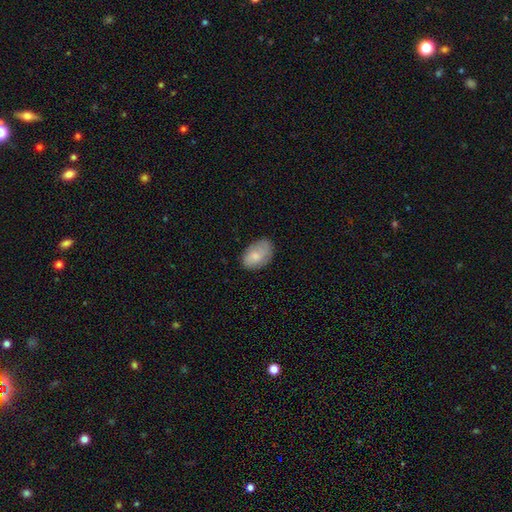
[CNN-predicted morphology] smooth_or_featured: smooth (p=0.74) [alt: featured or disk p=0.19]
how_rounded: in between (p=0.89) [alt: round p=0.10]
merging: none (p=0.75) [alt: minor disturbance p=0.20]